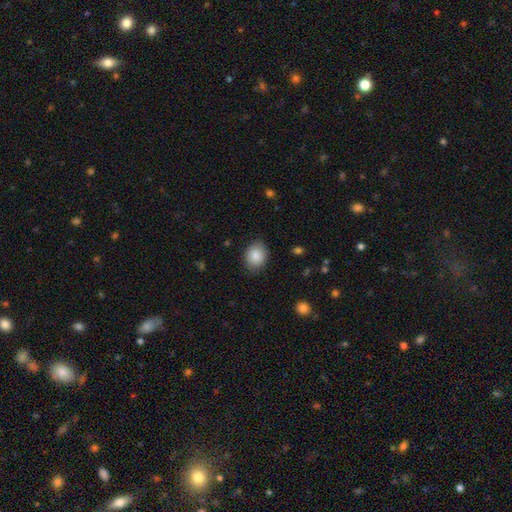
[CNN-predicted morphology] A smooth galaxy with no disk features (87%) that is round (51%).

Vote fractions:
- Smooth or featured? smooth: 87% / star or artifact: 8% / featured or disk: 5%
- How rounded? round: 51% / in between: 48% / cigar-shaped: 1%
- Merging? none: 84% / minor disturbance: 12% / major disturbance: 3% / merger: 1%